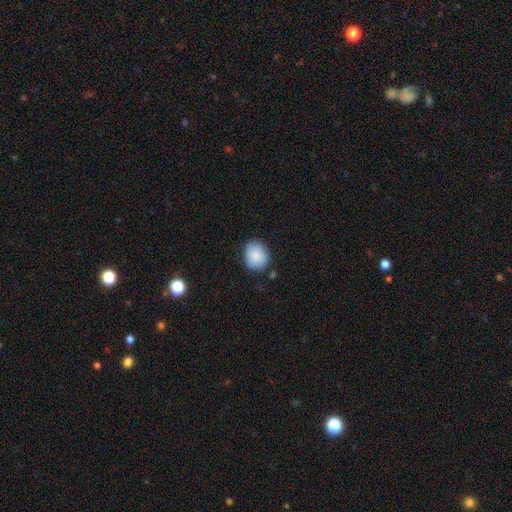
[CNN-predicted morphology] type=smooth (86%); roundness=round (62%); merging=none (77%).